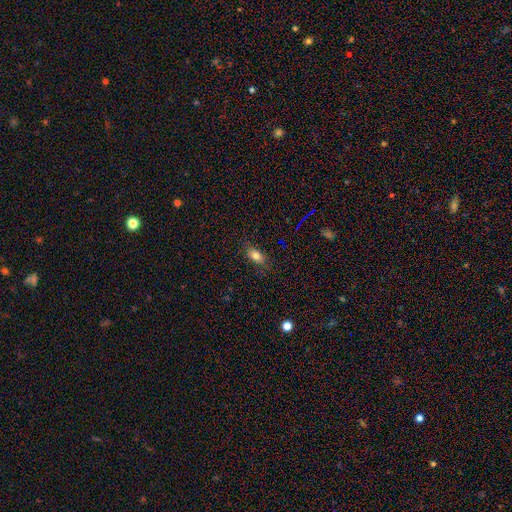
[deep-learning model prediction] smooth-or-featured: smooth: 79% | star or artifact: 11% | featured or disk: 10%
  how-rounded: in between: 85% | round: 9% | cigar-shaped: 5%
  merging: none: 79% | minor disturbance: 16% | major disturbance: 4% | merger: 1%